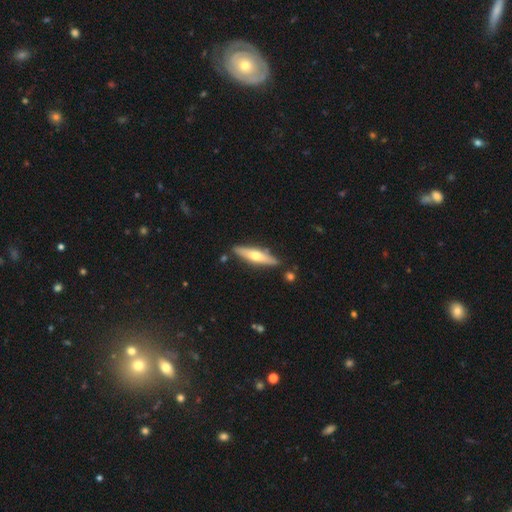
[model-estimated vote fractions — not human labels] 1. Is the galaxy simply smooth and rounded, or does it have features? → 51% featured or disk, 43% smooth, 6% star or artifact.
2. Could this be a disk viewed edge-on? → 90% yes, 10% no.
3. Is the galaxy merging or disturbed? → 85% none, 10% minor disturbance, 3% merger, 2% major disturbance.